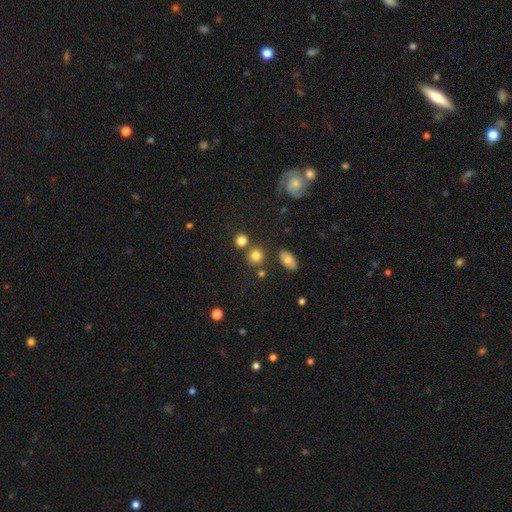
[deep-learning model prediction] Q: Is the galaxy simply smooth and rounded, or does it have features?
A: smooth — 79%.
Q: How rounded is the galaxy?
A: round — 87%.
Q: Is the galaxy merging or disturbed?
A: none — 77%.